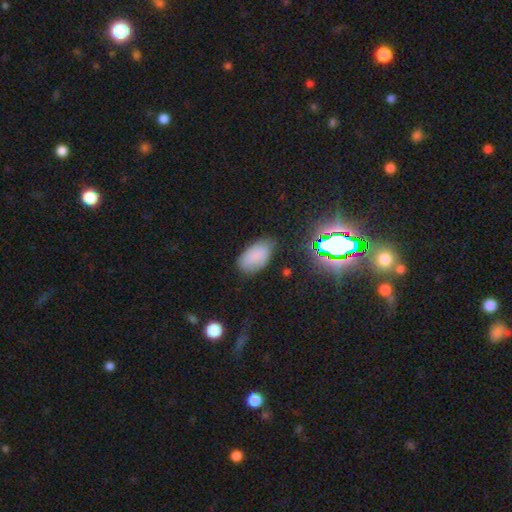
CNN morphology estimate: A smooth galaxy with no disk features (77%) that is in between round and cigar-shaped (94%).

Vote fractions:
- Smooth or featured? smooth: 77% / star or artifact: 14% / featured or disk: 10%
- How rounded? in between: 94% / round: 4% / cigar-shaped: 2%
- Merging? none: 72% / minor disturbance: 20% / major disturbance: 5% / merger: 2%